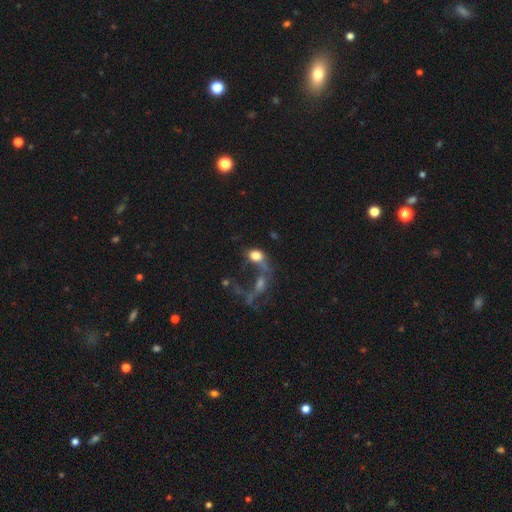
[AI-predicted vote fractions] Smooth or featured? Predicted: smooth (p=0.65). How rounded? Predicted: in between (p=0.71). Merging? Predicted: merger (p=0.37).